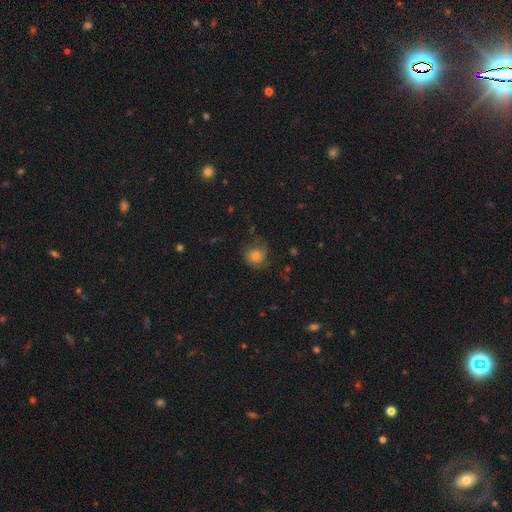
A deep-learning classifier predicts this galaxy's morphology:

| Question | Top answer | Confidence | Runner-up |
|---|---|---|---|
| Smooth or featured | smooth | 63% | featured or disk (26%) |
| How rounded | round | 78% | in between (21%) |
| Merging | none | 58% | minor disturbance (25%) |